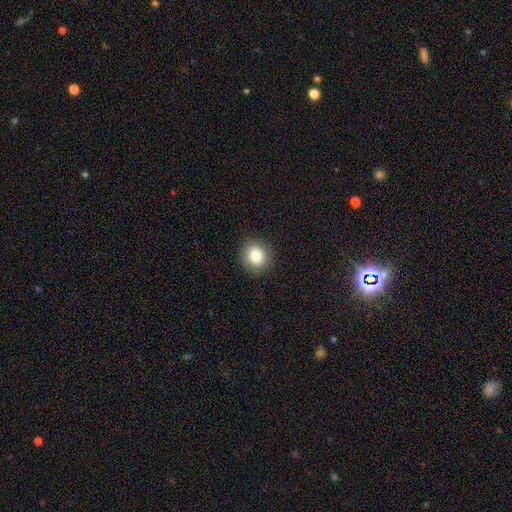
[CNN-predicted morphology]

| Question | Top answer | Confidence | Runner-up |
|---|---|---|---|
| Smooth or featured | smooth | 81% | star or artifact (10%) |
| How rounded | round | 83% | in between (16%) |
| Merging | none | 90% | minor disturbance (7%) |